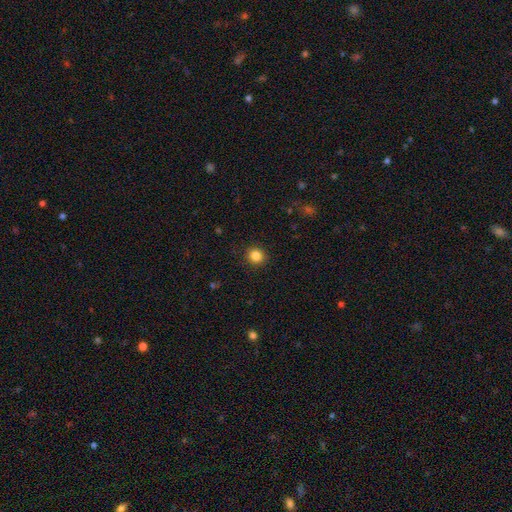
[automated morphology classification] smooth-or-featured: smooth: 85% | star or artifact: 11% | featured or disk: 4%
  how-rounded: round: 89% | in between: 10% | cigar-shaped: 1%
  merging: none: 91% | minor disturbance: 6% | major disturbance: 2% | merger: 1%